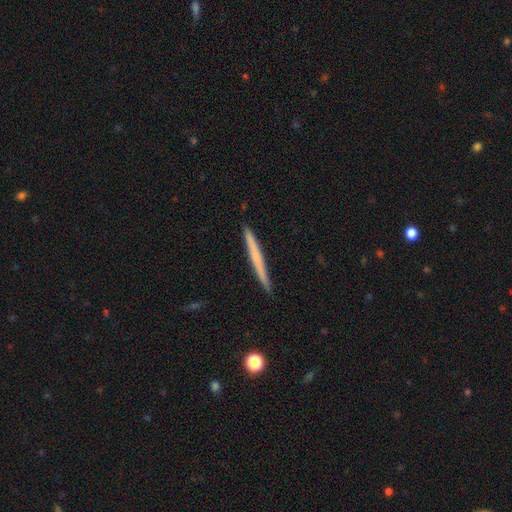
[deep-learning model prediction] smooth 50%, featured or disk 44%, star or artifact 6%. Down the decision tree: how rounded — cigar-shaped (97%); merging — none (91%).